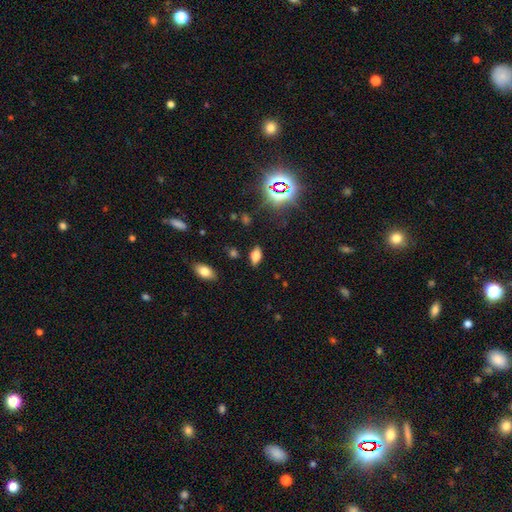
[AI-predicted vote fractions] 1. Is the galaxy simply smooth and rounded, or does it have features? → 65% smooth, 18% featured or disk, 16% star or artifact.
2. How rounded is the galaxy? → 85% in between, 9% cigar-shaped, 6% round.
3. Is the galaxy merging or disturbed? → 82% none, 12% minor disturbance, 3% major disturbance, 2% merger.